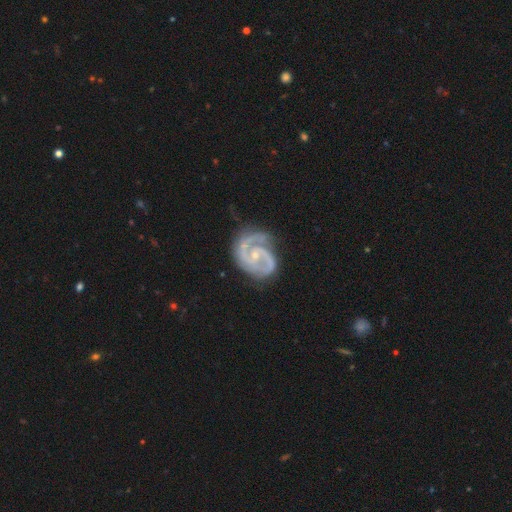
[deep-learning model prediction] Overall: featured or disk (92%). Edge-on disk: no (98%). Bar: no (56%; weak 33%). Spiral arms: yes (98%). Spiral arm count: 2 (79%). Spiral winding: medium (47%; tight 45%). Bulge size: small (71%). Merging: none (64%).